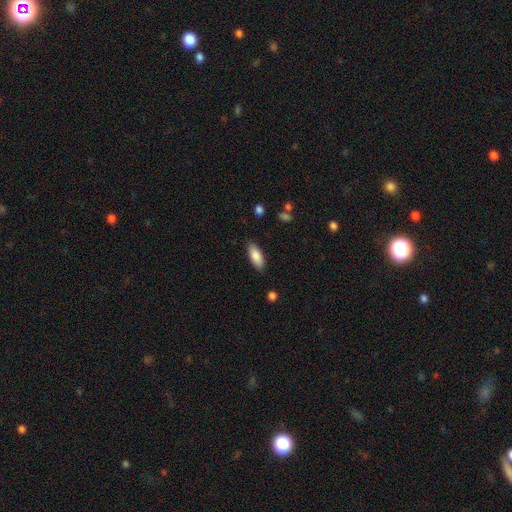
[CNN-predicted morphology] Smooth or featured?
  - smooth: 86% *
  - featured or disk: 8%
  - star or artifact: 6%
How rounded?
  - in between: 80% *
  - cigar-shaped: 18%
  - round: 2%
Merging?
  - none: 86% *
  - minor disturbance: 11%
  - major disturbance: 2%
  - merger: 1%